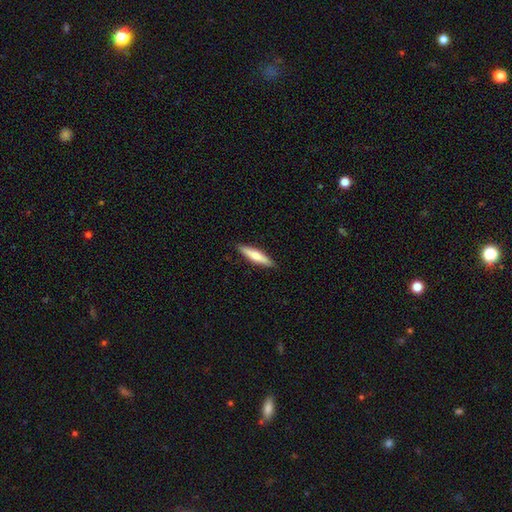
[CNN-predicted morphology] The model was most divided on "smooth or featured": smooth: 59%, featured or disk: 36%, star or artifact: 5%. More confident: merging — none (90%); how rounded — cigar-shaped (84%).